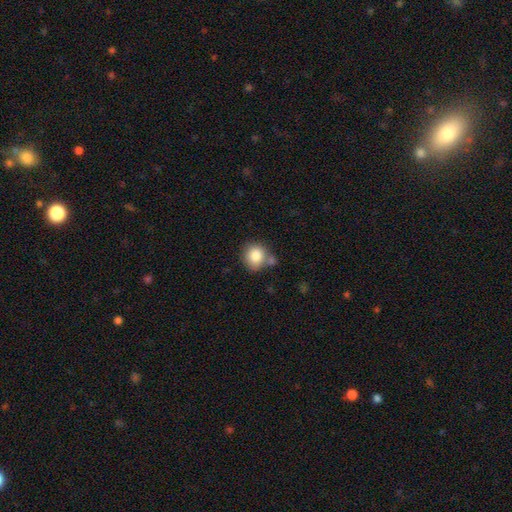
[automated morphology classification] Smooth or featured: smooth — 83% (star or artifact — 9%)
How rounded: round — 84% (in between — 15%)
Merging: none — 61% (merger — 19%)